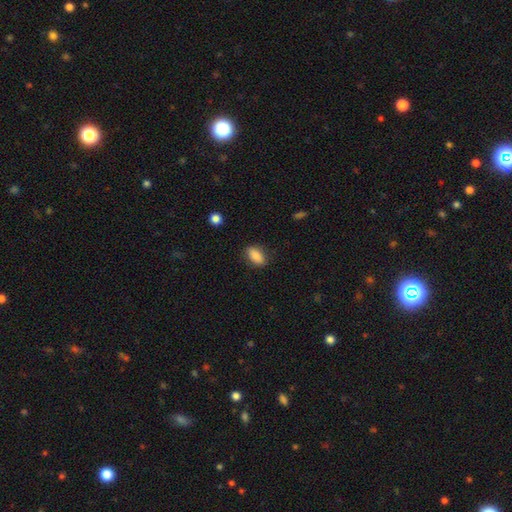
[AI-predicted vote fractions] The model was most divided on "merging": none: 83%, minor disturbance: 12%, major disturbance: 3%, merger: 1%. More confident: how rounded — in between (86%); smooth or featured — smooth (83%).